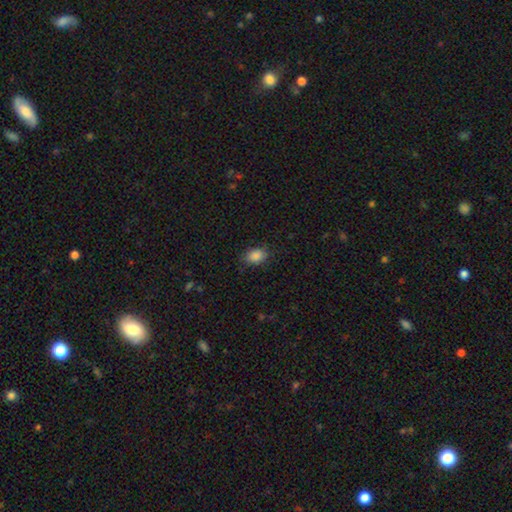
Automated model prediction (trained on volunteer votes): Morphology: type=smooth (87%); roundness=in between (81%); merging=none (80%).